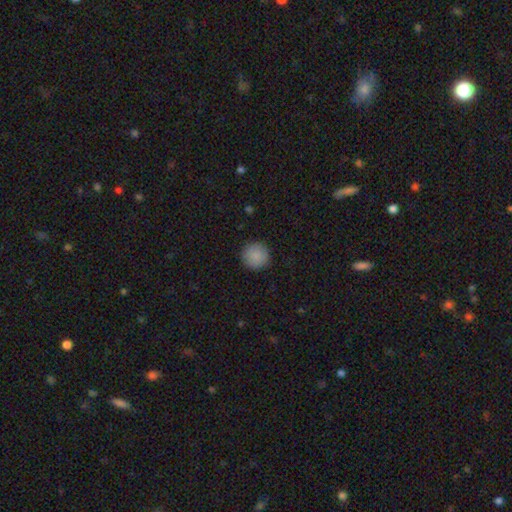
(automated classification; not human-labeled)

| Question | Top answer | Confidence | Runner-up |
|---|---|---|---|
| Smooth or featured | smooth | 89% | star or artifact (8%) |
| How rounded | round | 95% | in between (4%) |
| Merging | none | 91% | minor disturbance (7%) |